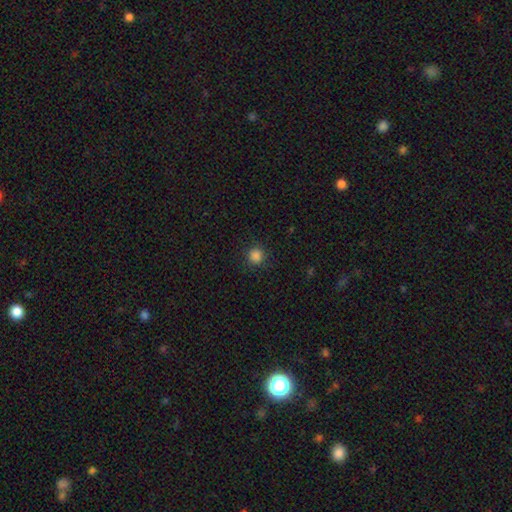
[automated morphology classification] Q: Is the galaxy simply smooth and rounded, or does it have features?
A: smooth — 85%.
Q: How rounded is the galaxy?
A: round — 94%.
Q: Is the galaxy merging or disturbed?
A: none — 89%.